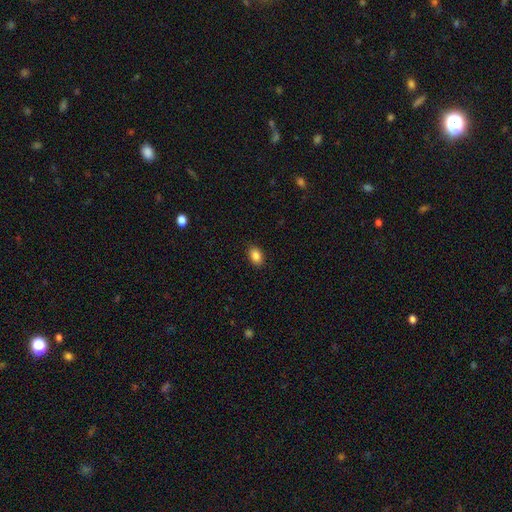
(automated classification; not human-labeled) A smooth galaxy with no disk features (87%) that is in between round and cigar-shaped (84%).

Vote fractions:
- Smooth or featured? smooth: 87% / star or artifact: 9% / featured or disk: 5%
- How rounded? in between: 84% / round: 15% / cigar-shaped: 1%
- Merging? none: 89% / minor disturbance: 8% / major disturbance: 2% / merger: 1%